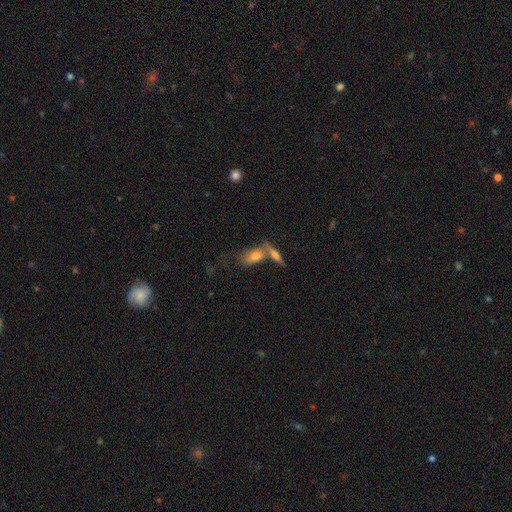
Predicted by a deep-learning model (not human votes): Smooth or featured? Predicted: smooth (p=0.61). How rounded? Predicted: in between (p=0.76). Merging? Predicted: merger (p=0.43).